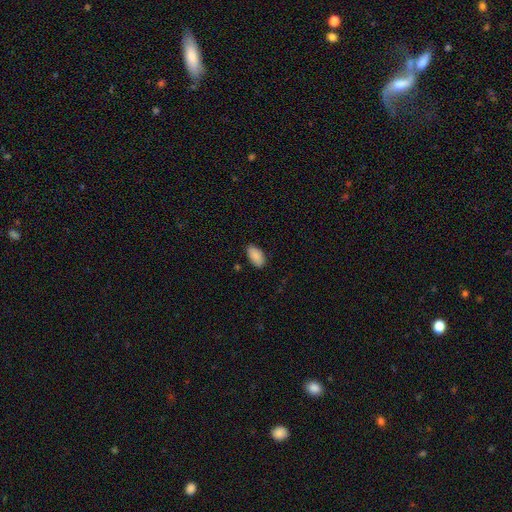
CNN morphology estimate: This appears to be a smooth galaxy with no disk features (88%) that is in between round and cigar-shaped (95%). Merging: none (84%).